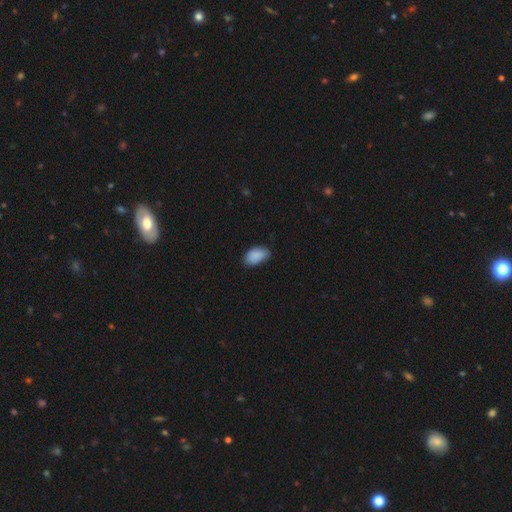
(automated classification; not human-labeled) Smooth or featured? Predicted: smooth (p=0.89). How rounded? Predicted: in between (p=0.93). Merging? Predicted: none (p=0.73).